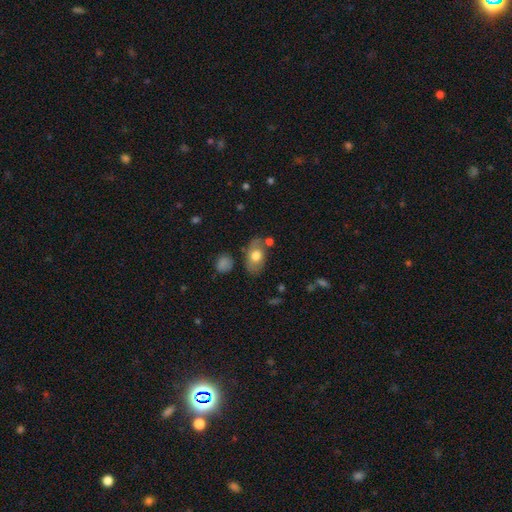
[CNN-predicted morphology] A smooth galaxy with no disk features (69%) that is in between round and cigar-shaped (85%). Merging: none (63%).